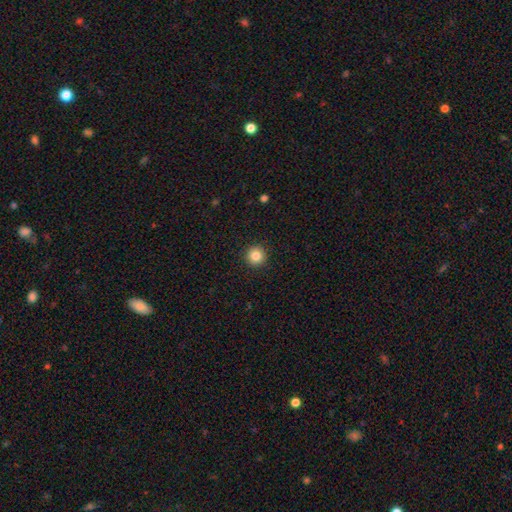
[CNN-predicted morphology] type=smooth (85%); roundness=round (96%); merging=none (93%).